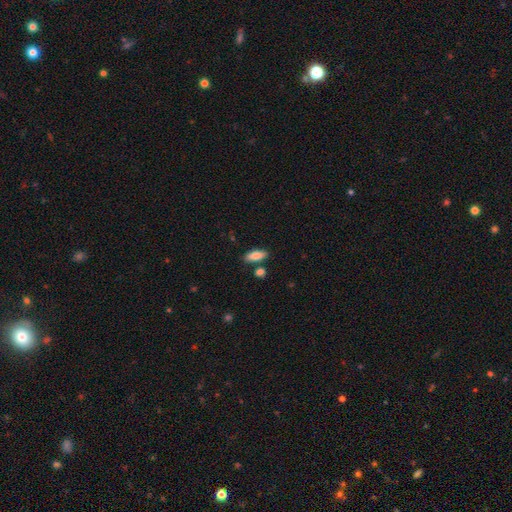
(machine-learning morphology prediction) Q: Smooth or featured?
A: smooth (85%); runner-up: featured or disk (9%)
Q: How rounded?
A: in between (74%); runner-up: cigar-shaped (24%)
Q: Merging?
A: none (79%); runner-up: minor disturbance (12%)